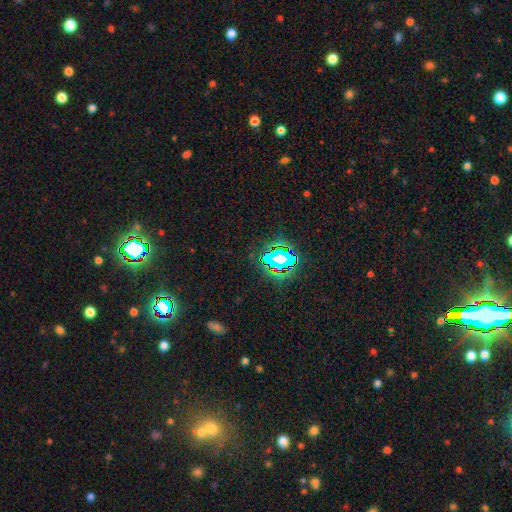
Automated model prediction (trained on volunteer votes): Smooth or featured?
  - star or artifact: 81% *
  - smooth: 11%
  - featured or disk: 8%